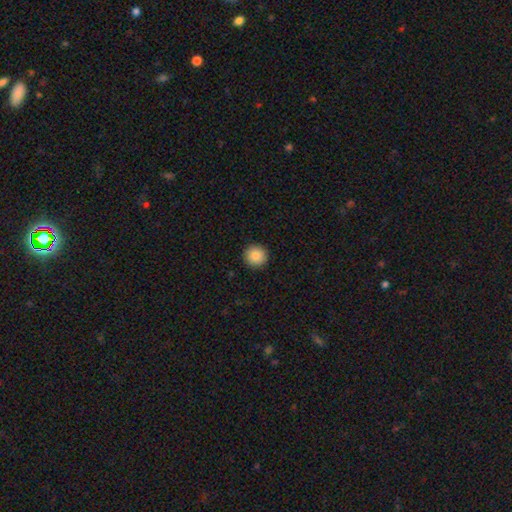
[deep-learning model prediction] Morphology: type=smooth (87%); roundness=round (95%); merging=none (93%).